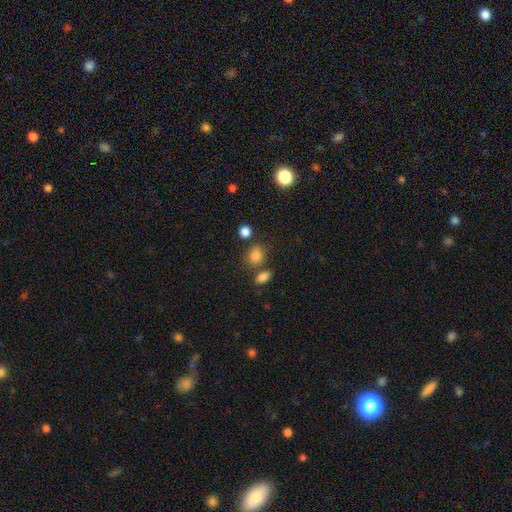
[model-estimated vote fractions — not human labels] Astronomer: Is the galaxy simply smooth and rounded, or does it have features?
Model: smooth — 82%.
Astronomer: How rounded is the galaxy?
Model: round — 54% (runner-up: in between, 45%).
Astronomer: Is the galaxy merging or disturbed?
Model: none — 67%.